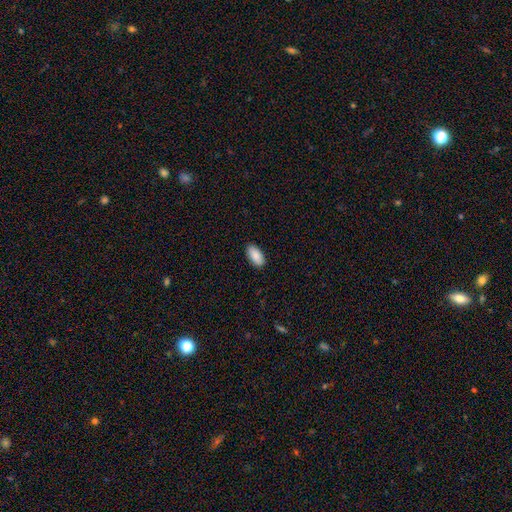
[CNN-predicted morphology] Smooth or featured: smooth — 89% (star or artifact — 6%)
How rounded: in between — 94% (cigar-shaped — 4%)
Merging: none — 90% (minor disturbance — 8%)